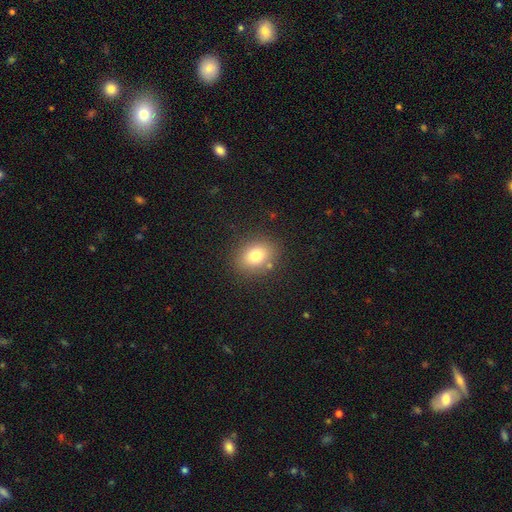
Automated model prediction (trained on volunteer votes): This is likely a smooth galaxy (78%). How rounded: possibly in between (54%). Merging: clearly none (83%).